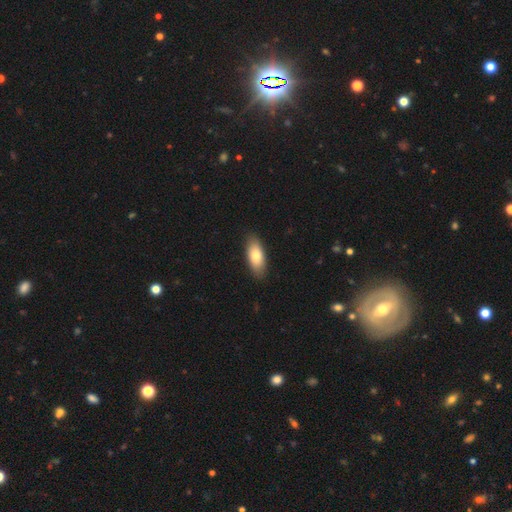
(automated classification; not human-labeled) Overall: smooth (77%). How rounded: in between (84%). Merging: none (87%).